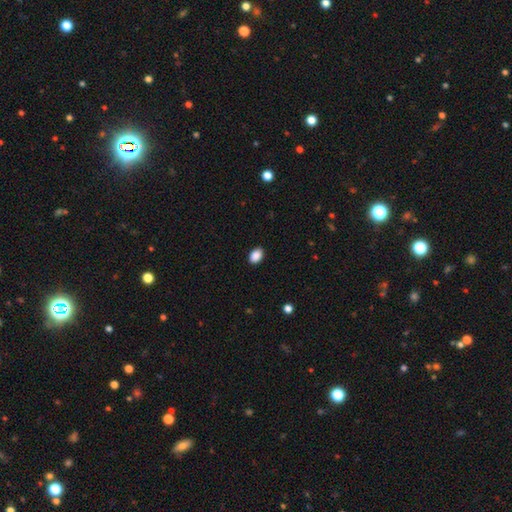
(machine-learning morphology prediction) Smooth or featured? smooth (89%)
How rounded? in between (81%)
Merging? none (89%)